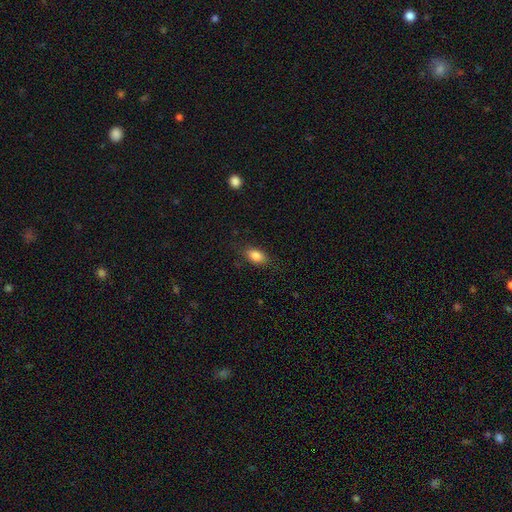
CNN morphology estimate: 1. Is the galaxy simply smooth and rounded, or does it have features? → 84% smooth, 8% star or artifact, 7% featured or disk.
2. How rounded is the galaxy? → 87% in between, 9% round, 4% cigar-shaped.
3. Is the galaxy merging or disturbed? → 82% none, 13% minor disturbance, 4% major disturbance, 1% merger.